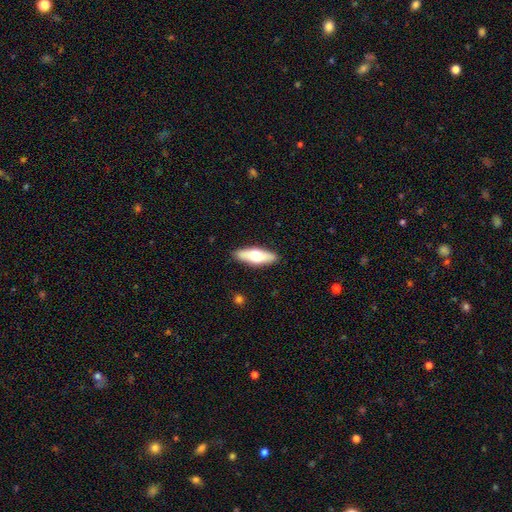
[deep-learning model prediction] The model was most divided on "how rounded": in between: 59%, cigar-shaped: 39%, round: 2%. More confident: merging — none (88%); smooth or featured — smooth (58%).